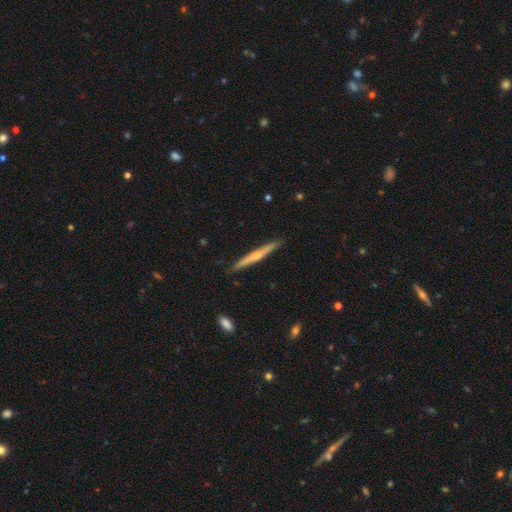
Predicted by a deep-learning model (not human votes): Morphology: type=featured or disk (65%); edge-on=yes (98%); edge-on bulge=rounded (75%); merging=none (91%).